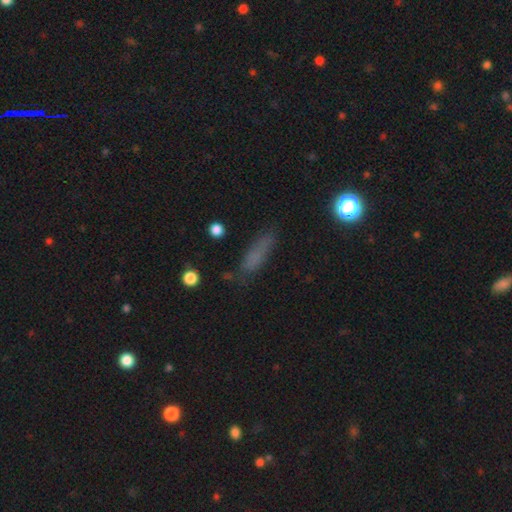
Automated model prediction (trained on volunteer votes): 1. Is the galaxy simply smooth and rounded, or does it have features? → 67% smooth, 17% featured or disk, 16% star or artifact.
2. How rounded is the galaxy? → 63% cigar-shaped, 32% in between, 5% round.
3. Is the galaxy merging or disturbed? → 69% none, 21% minor disturbance, 8% major disturbance, 3% merger.